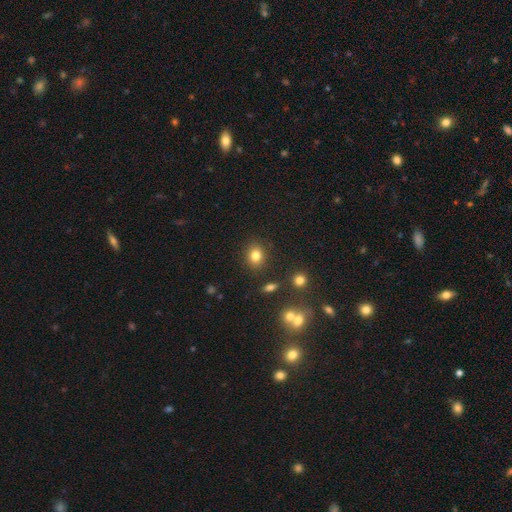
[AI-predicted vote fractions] Morphology: type=smooth (81%); roundness=round (61%); merging=none (86%).